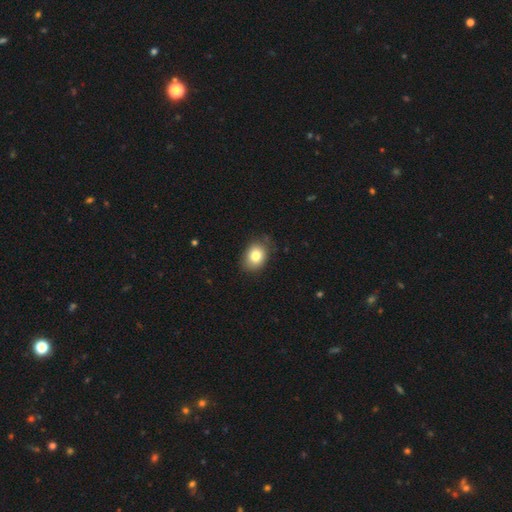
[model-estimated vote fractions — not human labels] A smooth galaxy with no disk features (81%) that is in between round and cigar-shaped (59%).

Vote fractions:
- Smooth or featured? smooth: 81% / featured or disk: 9% / star or artifact: 9%
- How rounded? in between: 59% / round: 40% / cigar-shaped: 1%
- Merging? none: 79% / minor disturbance: 17% / major disturbance: 3% / merger: 1%